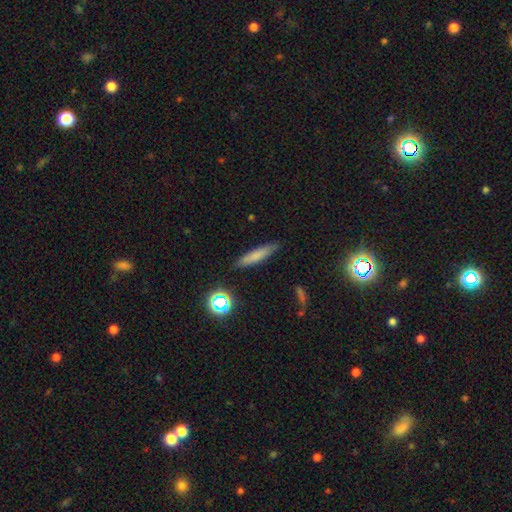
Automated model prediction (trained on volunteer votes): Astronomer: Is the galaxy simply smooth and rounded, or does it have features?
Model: smooth — 70%.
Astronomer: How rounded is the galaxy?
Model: cigar-shaped — 84%.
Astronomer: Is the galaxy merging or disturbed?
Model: none — 84%.